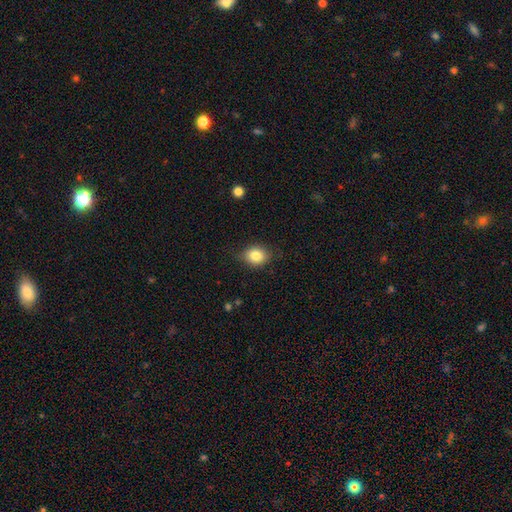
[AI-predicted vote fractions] Morphology: type=smooth (83%); roundness=round (57%); merging=none (77%).